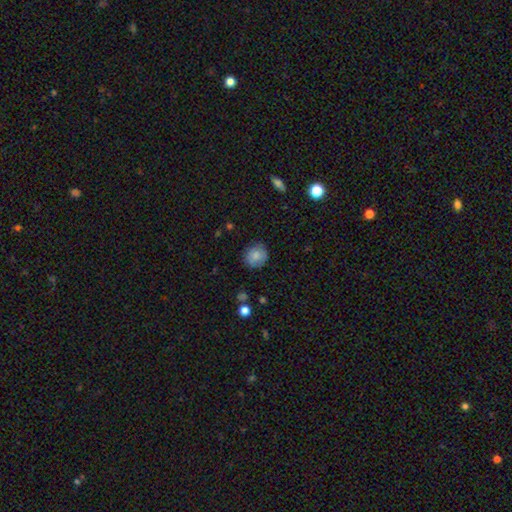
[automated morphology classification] smooth-or-featured: smooth: 80% | featured or disk: 12% | star or artifact: 8%
  how-rounded: round: 84% | in between: 15% | cigar-shaped: 1%
  merging: none: 80% | minor disturbance: 15% | major disturbance: 4% | merger: 1%